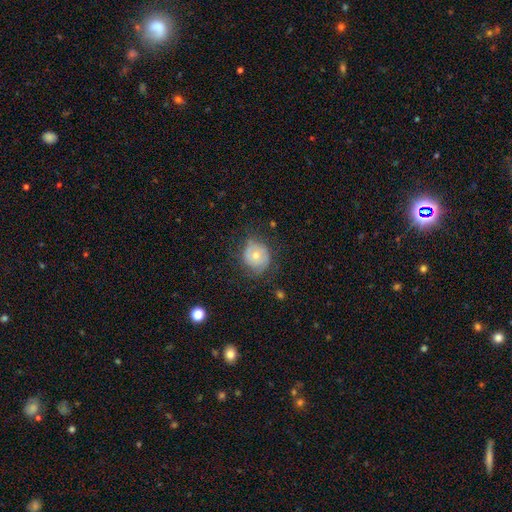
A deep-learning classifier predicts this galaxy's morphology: Smooth or featured? smooth (47%)
Merging? none (63%)